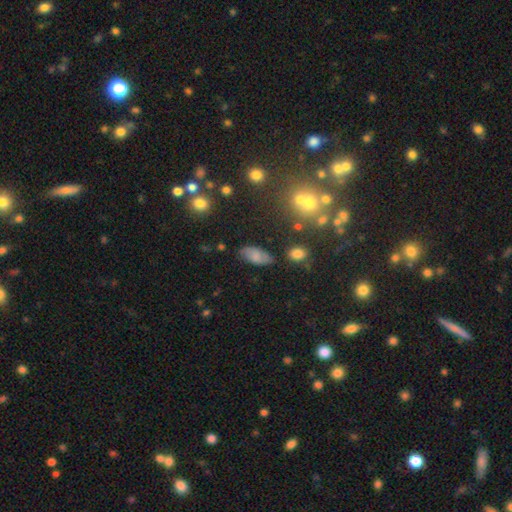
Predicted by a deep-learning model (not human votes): Smooth or featured?
  - smooth: 65% *
  - featured or disk: 24%
  - star or artifact: 11%
How rounded?
  - in between: 91% *
  - cigar-shaped: 5%
  - round: 4%
Merging?
  - none: 73% *
  - minor disturbance: 19%
  - major disturbance: 5%
  - merger: 3%